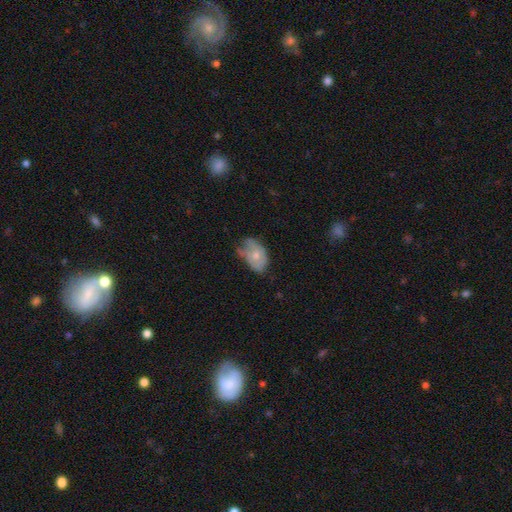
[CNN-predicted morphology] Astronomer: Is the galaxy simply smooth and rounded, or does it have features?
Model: smooth — 54% (runner-up: featured or disk, 39%).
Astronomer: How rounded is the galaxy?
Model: in between — 85%.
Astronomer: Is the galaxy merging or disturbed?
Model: minor disturbance — 42% (runner-up: none, 36%).